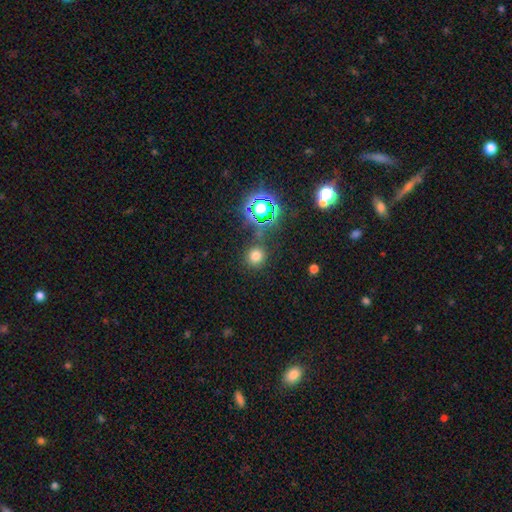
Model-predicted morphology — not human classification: type=smooth (69%); roundness=round (90%); merging=none (83%).